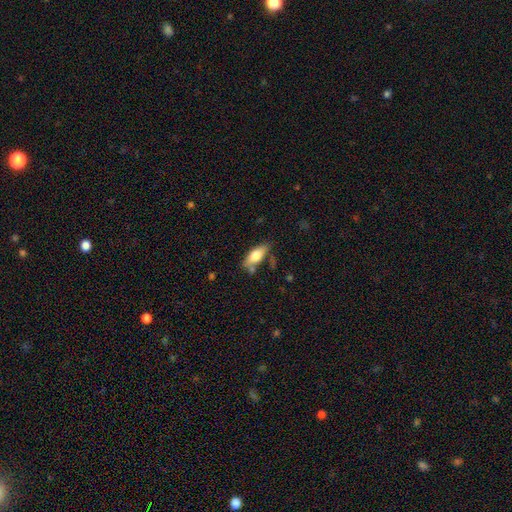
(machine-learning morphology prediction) A smooth galaxy with no disk features (71%) that is in between round and cigar-shaped (76%). Merging: none (64%).